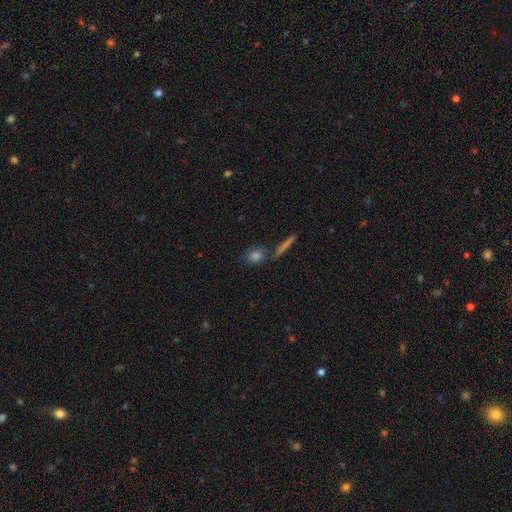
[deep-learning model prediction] smooth-or-featured: smooth: 75% | star or artifact: 13% | featured or disk: 12%
  how-rounded: round: 53% | in between: 34% | cigar-shaped: 13%
  merging: none: 72% | merger: 14% | minor disturbance: 10% | major disturbance: 4%